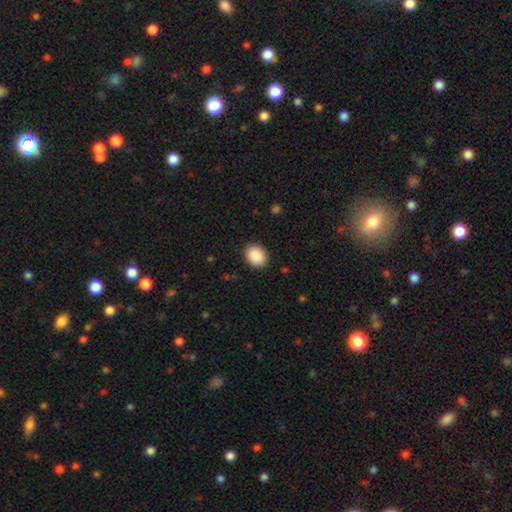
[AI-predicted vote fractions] Q: Smooth or featured?
A: smooth (90%); runner-up: star or artifact (7%)
Q: How rounded?
A: in between (55%); runner-up: round (44%)
Q: Merging?
A: none (90%); runner-up: minor disturbance (7%)